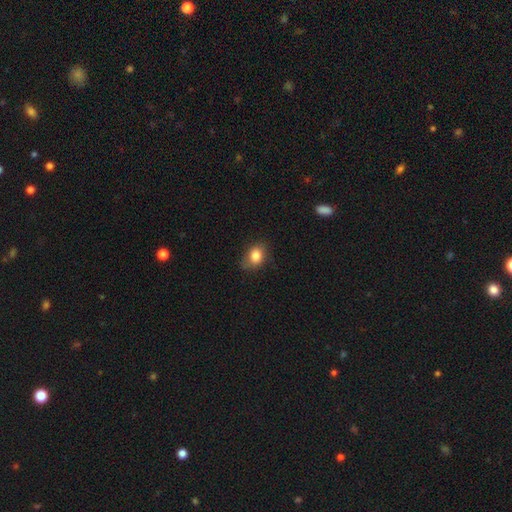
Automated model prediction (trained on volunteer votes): This appears to be a smooth galaxy with no disk features (83%) that is in between round and cigar-shaped (64%). Merging: none (70%).